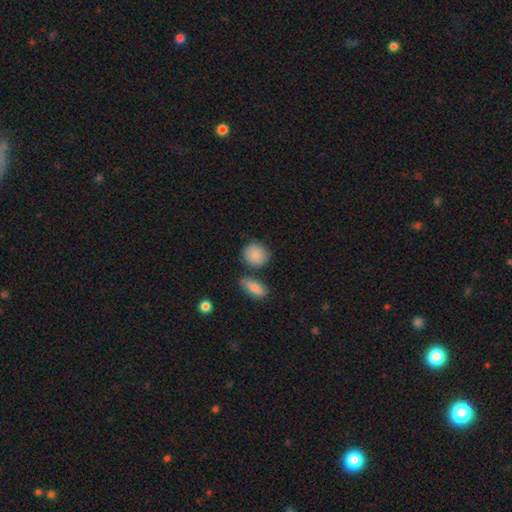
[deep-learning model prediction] Smooth or featured?
  - smooth: 87% *
  - star or artifact: 7%
  - featured or disk: 6%
How rounded?
  - round: 72% *
  - in between: 26%
  - cigar-shaped: 2%
Merging?
  - none: 71% *
  - minor disturbance: 14%
  - merger: 12%
  - major disturbance: 3%